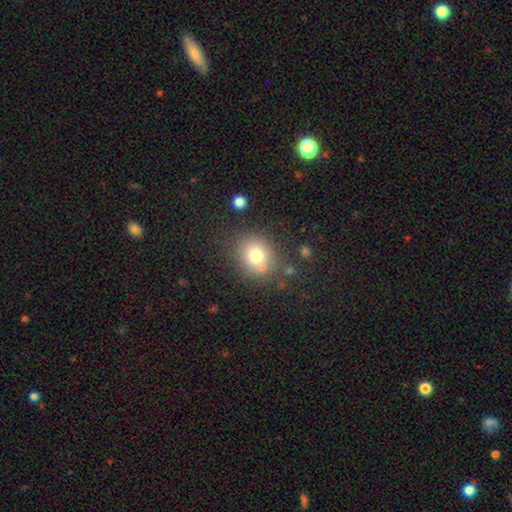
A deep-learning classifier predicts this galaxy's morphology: This appears to be a smooth galaxy with no disk features (75%) that is round (75%). Merging: none (74%).